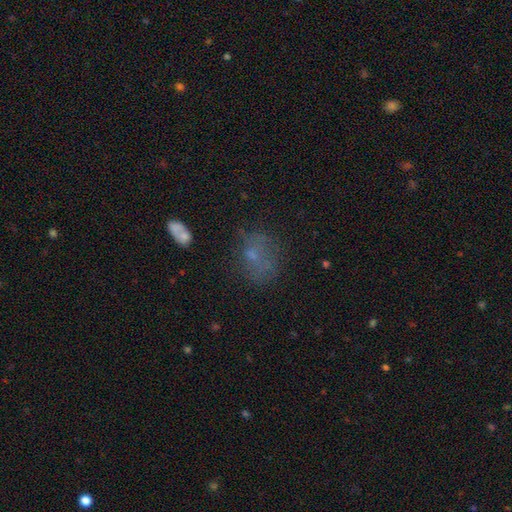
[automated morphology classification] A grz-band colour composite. It shows a smooth galaxy with no disk features (53%) that is in between round and cigar-shaped (52%). Merging: none (56%).